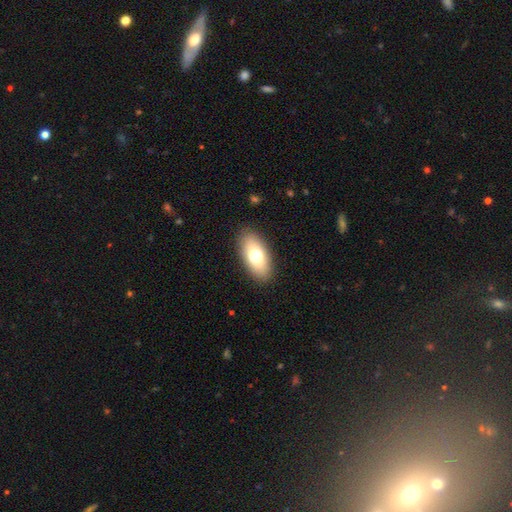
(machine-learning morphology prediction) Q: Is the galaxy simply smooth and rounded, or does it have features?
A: smooth — 71%.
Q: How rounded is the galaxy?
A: in between — 88%.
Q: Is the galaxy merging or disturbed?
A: none — 88%.